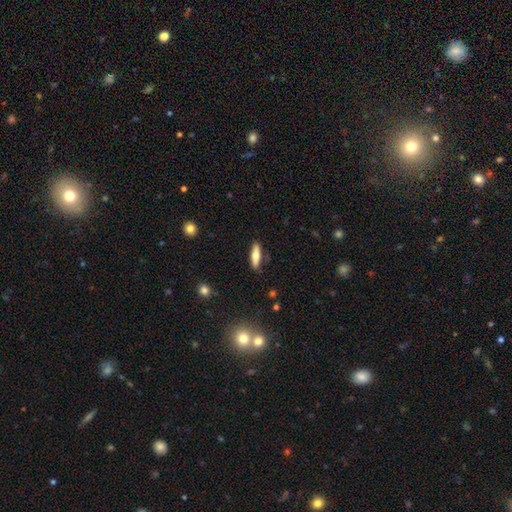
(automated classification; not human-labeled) Morphology: type=smooth (67%); roundness=cigar-shaped (66%); merging=none (84%).